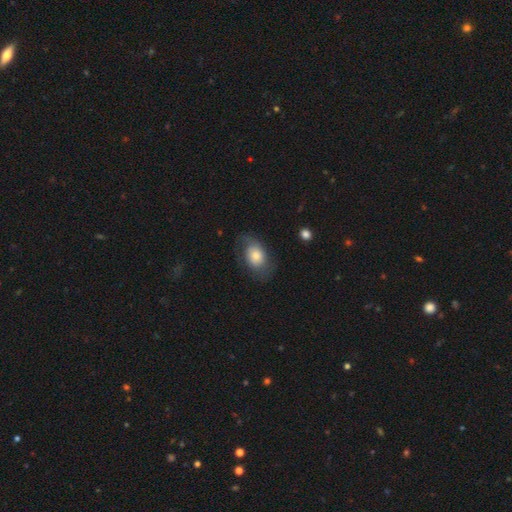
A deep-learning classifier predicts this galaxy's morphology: Q: Smooth or featured?
A: smooth (65%); runner-up: featured or disk (28%)
Q: How rounded?
A: in between (78%); runner-up: round (21%)
Q: Merging?
A: none (59%); runner-up: minor disturbance (24%)